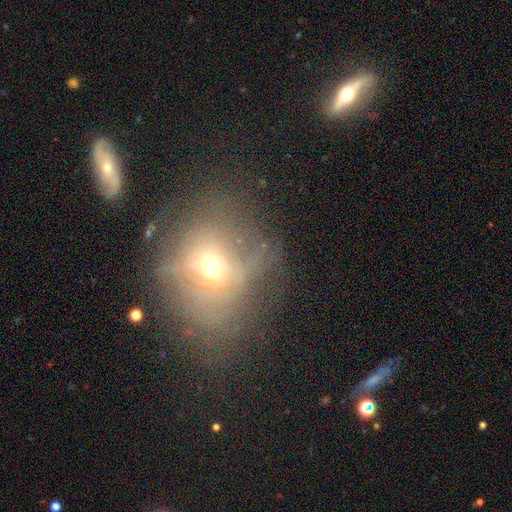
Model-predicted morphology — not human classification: The model was most divided on "smooth or featured": smooth: 43%, featured or disk: 36%, star or artifact: 21%. More confident: merging — none (52%).